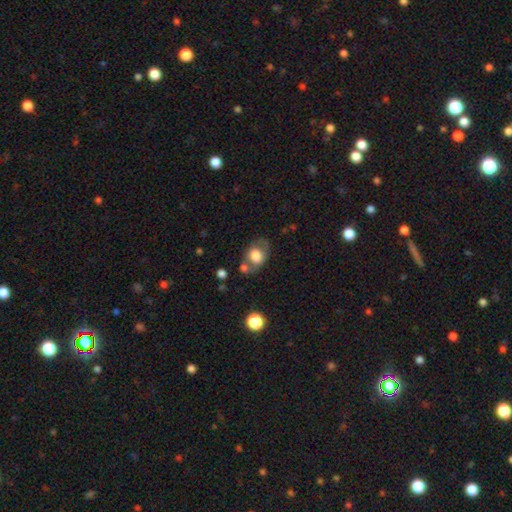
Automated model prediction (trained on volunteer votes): smooth_or_featured: smooth (p=0.64) [alt: featured or disk p=0.28]
how_rounded: in between (p=0.67) [alt: round p=0.32]
merging: none (p=0.51) [alt: minor disturbance p=0.22]